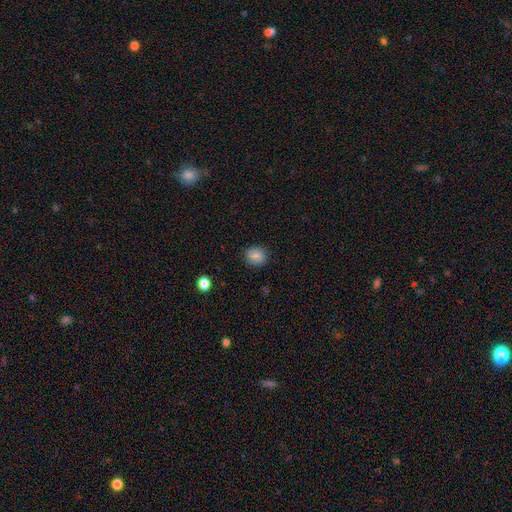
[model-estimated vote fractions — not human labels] smooth 81%, star or artifact 12%, featured or disk 7%. Down the decision tree: how rounded — round (79%); merging — none (86%).